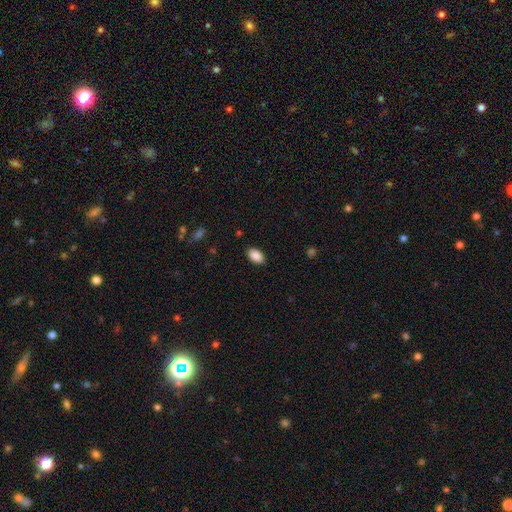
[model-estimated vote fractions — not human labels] smooth-or-featured: smooth: 89% | star or artifact: 7% | featured or disk: 3%
  how-rounded: in between: 92% | round: 6% | cigar-shaped: 1%
  merging: none: 88% | minor disturbance: 9% | major disturbance: 2% | merger: 1%